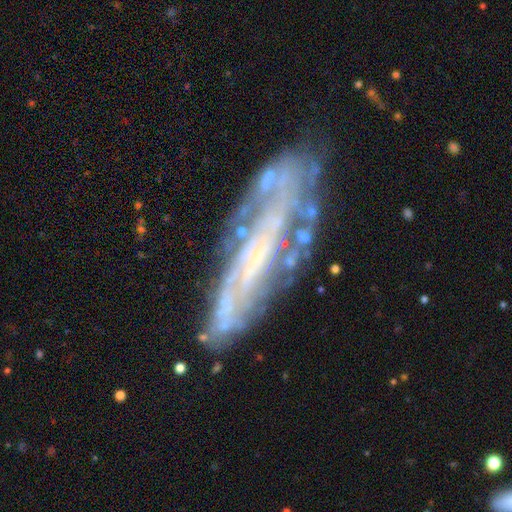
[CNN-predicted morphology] A featured or disk galaxy (75%) with no bar (56%), spiral arms (75%) and a small central bulge (55%).

Vote fractions:
- Smooth or featured? featured or disk: 75% / smooth: 16% / star or artifact: 9%
- Edge-on disk? no: 67% / yes: 33%
- Bar? no: 56% / weak: 28% / strong: 17%
- Spiral arms? yes: 75% / no: 25%
- Bulge size? small: 55% / none: 27% / moderate: 14% / large: 3% / dominant: 1%
- Merging? none: 70% / minor disturbance: 18% / major disturbance: 8% / merger: 3%